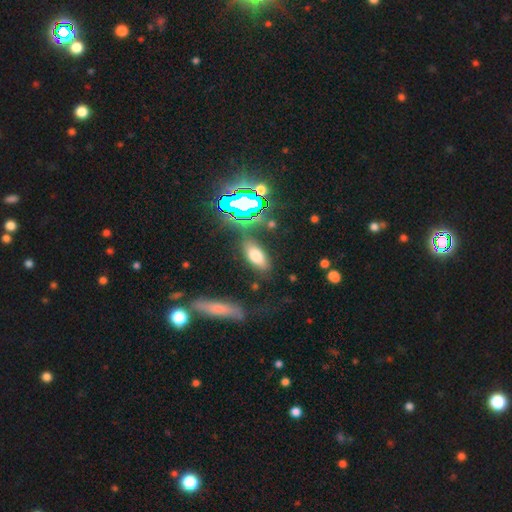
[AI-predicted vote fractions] A smooth galaxy with no disk features (67%) that is in between round and cigar-shaped (83%). Merging: none (78%).